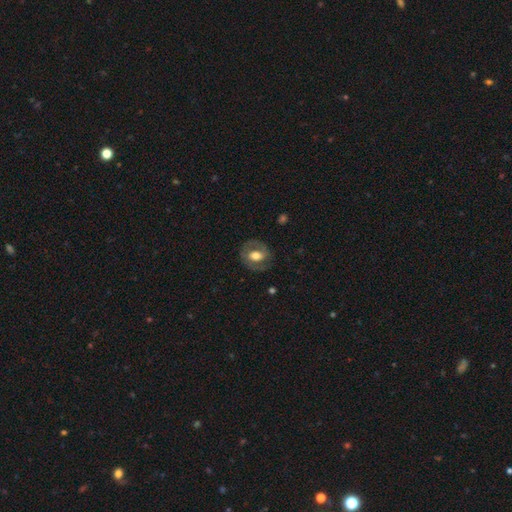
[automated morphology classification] Smooth or featured?
  - featured or disk: 54% *
  - smooth: 40%
  - star or artifact: 6%
Edge-on disk?
  - no: 94% *
  - yes: 6%
Bar?
  - no: 42% *
  - weak: 35%
  - strong: 24%
Spiral arms?
  - no: 54% *
  - yes: 46%
Bulge size?
  - moderate: 63% *
  - large: 26%
  - small: 9%
  - dominant: 2%
  - none: 1%
Merging?
  - none: 75% *
  - minor disturbance: 15%
  - major disturbance: 8%
  - merger: 1%